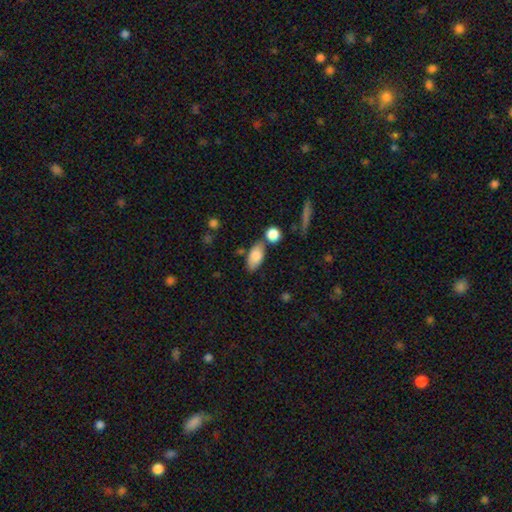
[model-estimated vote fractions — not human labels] A smooth galaxy with no disk features (83%) that is in between round and cigar-shaped (90%).

Vote fractions:
- Smooth or featured? smooth: 83% / featured or disk: 11% / star or artifact: 7%
- How rounded? in between: 90% / cigar-shaped: 5% / round: 4%
- Merging? none: 68% / merger: 14% / minor disturbance: 14% / major disturbance: 4%